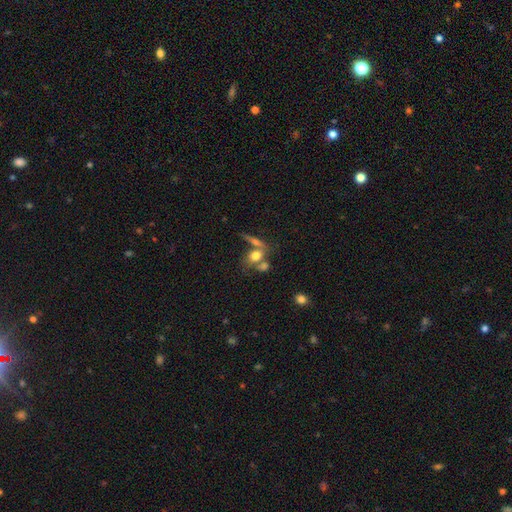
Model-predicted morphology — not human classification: smooth_or_featured: smooth (p=0.67) [alt: featured or disk p=0.22]
how_rounded: in between (p=0.60) [alt: round p=0.33]
merging: merger (p=0.43) [alt: none p=0.37]